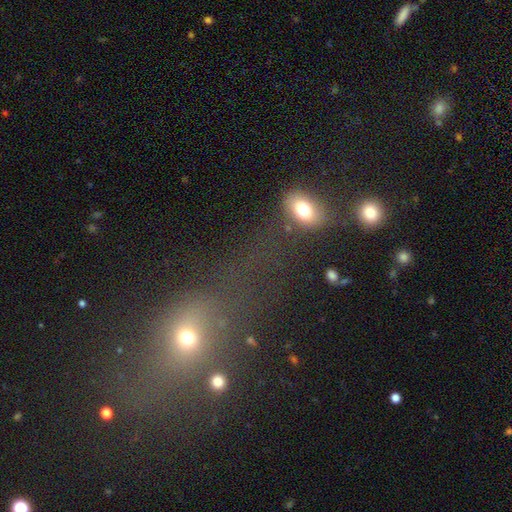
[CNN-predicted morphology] Overall: smooth (59%; star or artifact 26%). How rounded: in between (65%; round 29%). Merging: none (42%; merger 23%).